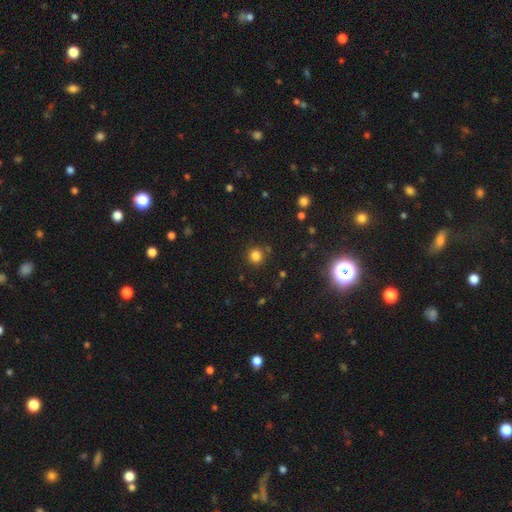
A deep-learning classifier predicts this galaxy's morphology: A smooth galaxy with no disk features (81%) that is round (93%). Merging: none (87%).